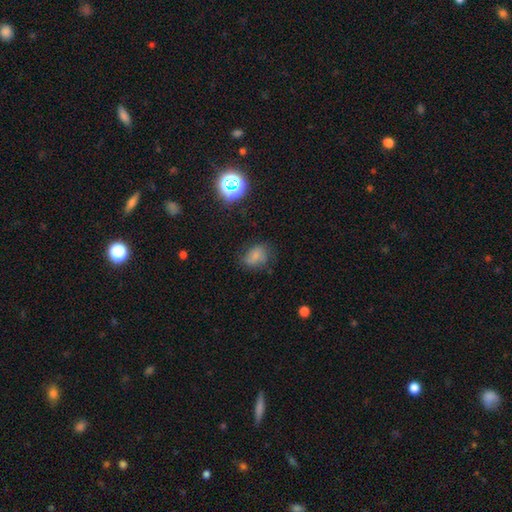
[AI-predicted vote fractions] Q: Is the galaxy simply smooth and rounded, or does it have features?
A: smooth — 67%.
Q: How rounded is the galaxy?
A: in between — 64%.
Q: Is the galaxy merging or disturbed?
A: none — 61%.